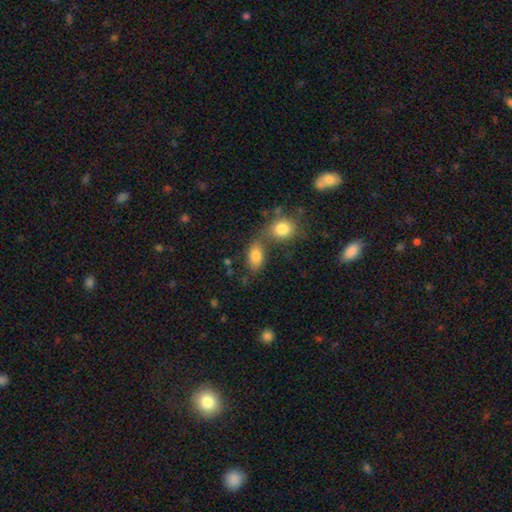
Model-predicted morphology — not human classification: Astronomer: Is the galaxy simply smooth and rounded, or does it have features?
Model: smooth — 80%.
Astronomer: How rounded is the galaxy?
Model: in between — 84%.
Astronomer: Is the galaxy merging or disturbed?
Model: merger — 44% (runner-up: none, 37%).